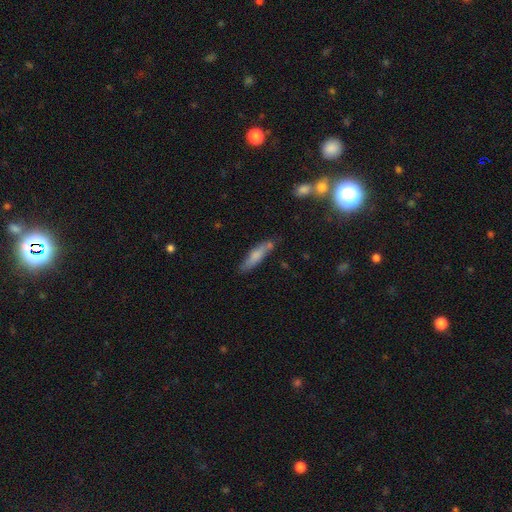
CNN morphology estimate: Overall: smooth (71%). How rounded: cigar-shaped (76%). Merging: none (69%).